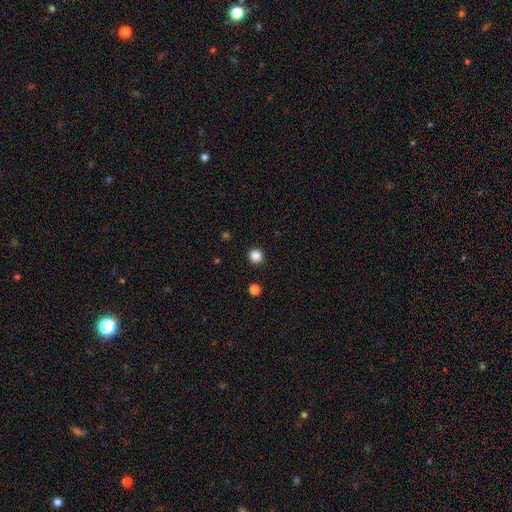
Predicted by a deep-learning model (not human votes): Smooth or featured? Predicted: smooth (p=0.86). How rounded? Predicted: round (p=0.95). Merging? Predicted: none (p=0.93).